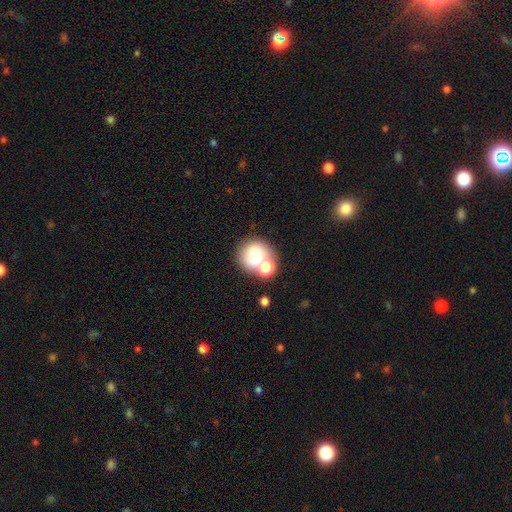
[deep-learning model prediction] Smooth or featured? Predicted: smooth (p=0.69). How rounded? Predicted: round (p=0.85). Merging? Predicted: none (p=0.45).